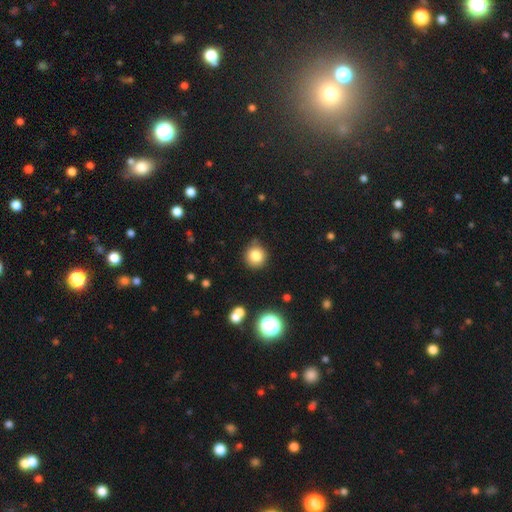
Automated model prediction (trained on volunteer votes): smooth_or_featured: smooth (p=0.82) [alt: star or artifact p=0.12]
how_rounded: round (p=0.91) [alt: in between p=0.08]
merging: none (p=0.83) [alt: minor disturbance p=0.12]